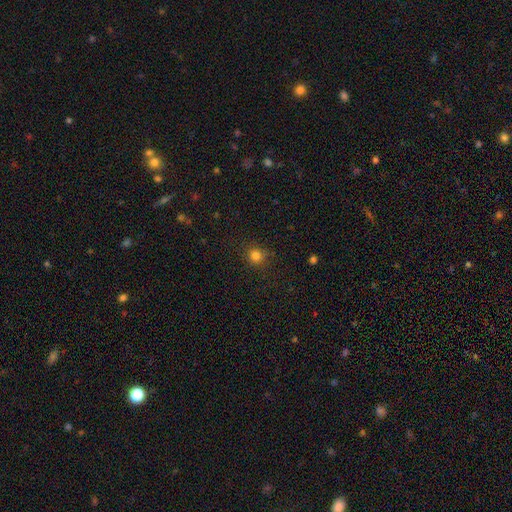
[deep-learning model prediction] smooth-or-featured: smooth: 82% | star or artifact: 14% | featured or disk: 4%
  how-rounded: round: 91% | in between: 8% | cigar-shaped: 1%
  merging: none: 85% | minor disturbance: 10% | major disturbance: 3% | merger: 1%